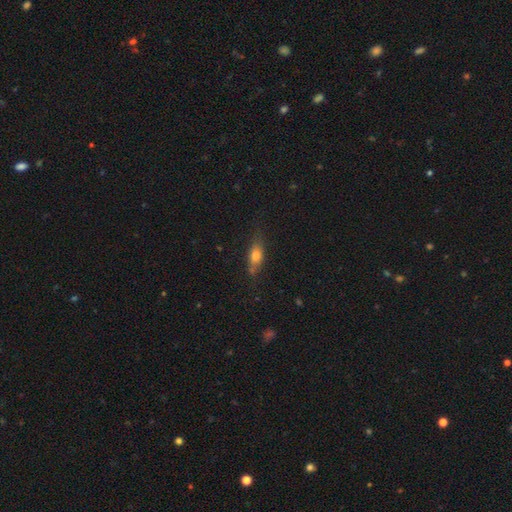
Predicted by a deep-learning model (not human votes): Smooth or featured: smooth — 71% (featured or disk — 20%)
How rounded: in between — 69% (cigar-shaped — 23%)
Merging: none — 64% (minor disturbance — 24%)